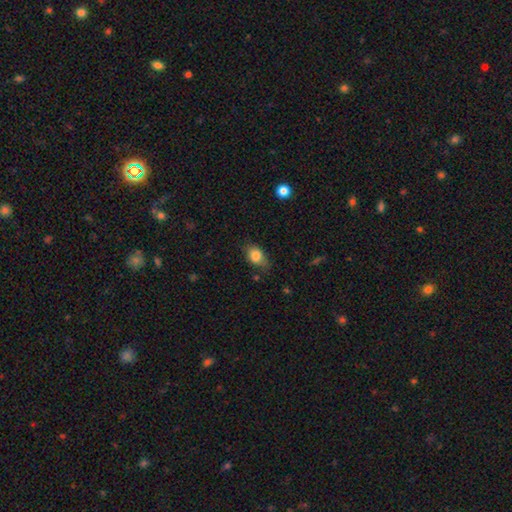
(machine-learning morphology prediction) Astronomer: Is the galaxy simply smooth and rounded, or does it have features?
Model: smooth — 83%.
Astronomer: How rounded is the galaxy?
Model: in between — 75%.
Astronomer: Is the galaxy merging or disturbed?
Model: none — 63%.